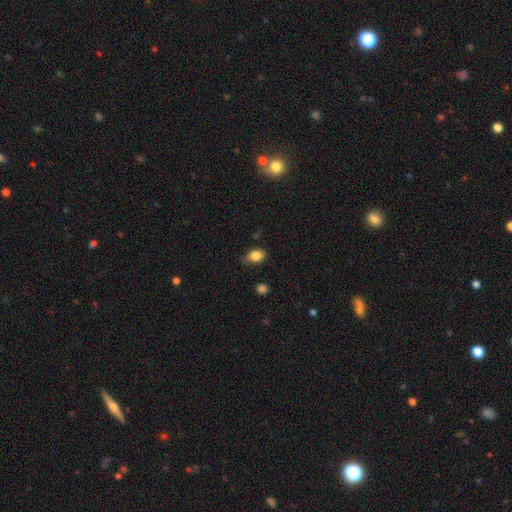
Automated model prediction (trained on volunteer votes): The model was most divided on "merging": none: 70%, minor disturbance: 24%, major disturbance: 4%, merger: 2%. More confident: smooth or featured — smooth (85%); how rounded — in between (77%).